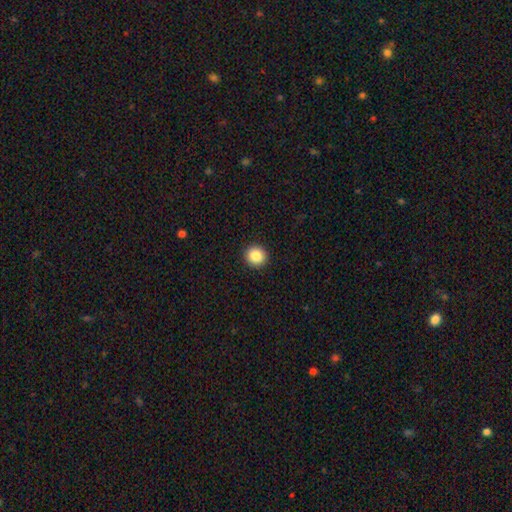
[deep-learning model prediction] The model was most divided on "smooth or featured": smooth: 87%, star or artifact: 9%, featured or disk: 4%. More confident: merging — none (93%); how rounded — round (91%).